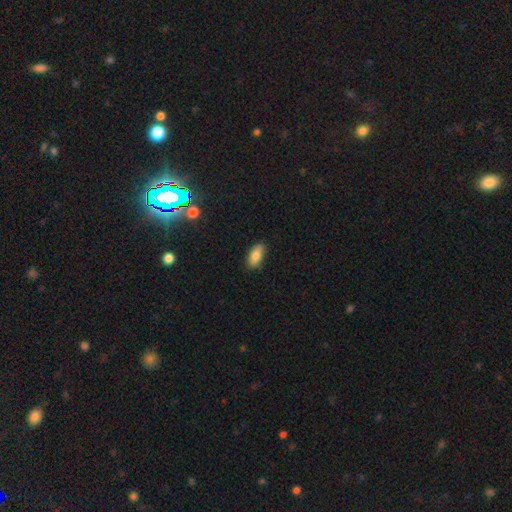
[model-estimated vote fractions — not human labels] Morphology: type=smooth (82%); roundness=in between (86%); merging=none (83%).